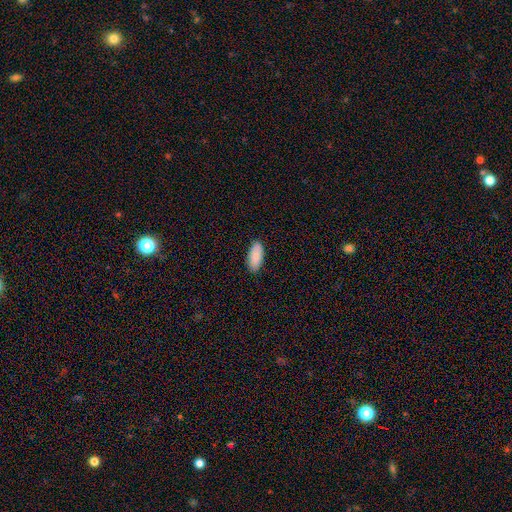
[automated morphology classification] The model was most divided on "merging": none: 88%, minor disturbance: 10%, major disturbance: 2%, merger: 1%. More confident: smooth or featured — smooth (89%); how rounded — in between (89%).